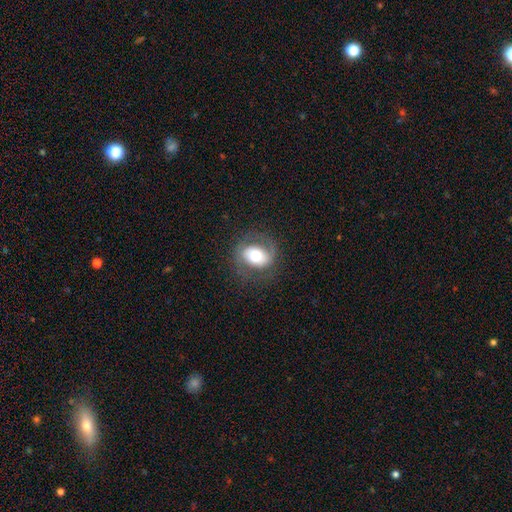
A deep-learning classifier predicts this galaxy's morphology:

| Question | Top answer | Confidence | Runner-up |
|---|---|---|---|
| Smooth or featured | smooth | 45% | tied: featured or disk (45%) |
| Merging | none | 74% | minor disturbance (15%) |